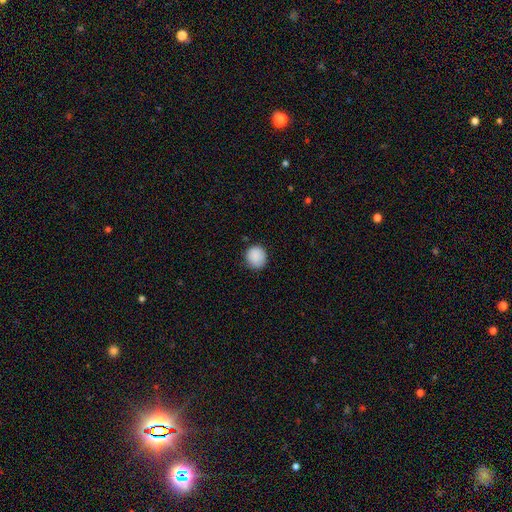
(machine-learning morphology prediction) Overall: smooth (89%). How rounded: round (89%). Merging: none (83%).